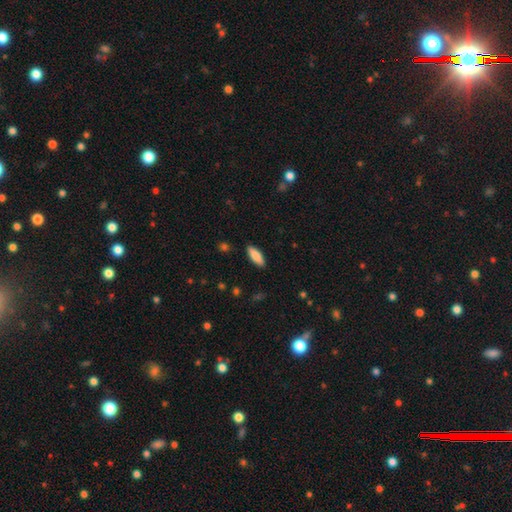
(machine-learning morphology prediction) Overall: smooth (84%). How rounded: in between (63%; cigar-shaped 35%). Merging: none (89%).